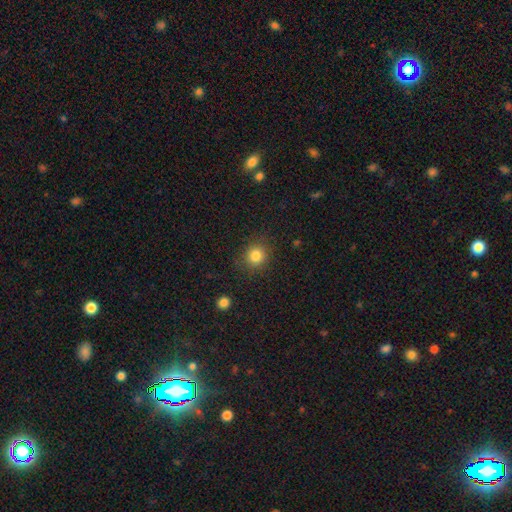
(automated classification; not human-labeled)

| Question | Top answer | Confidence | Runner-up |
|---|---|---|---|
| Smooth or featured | smooth | 83% | star or artifact (11%) |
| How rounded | round | 86% | in between (13%) |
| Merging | none | 86% | minor disturbance (9%) |